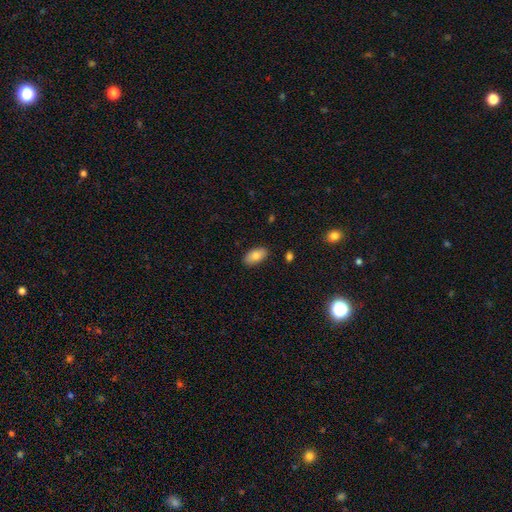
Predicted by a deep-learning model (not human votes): This appears to be a smooth galaxy with no disk features (81%) that is in between round and cigar-shaped (93%). Merging: none (88%).